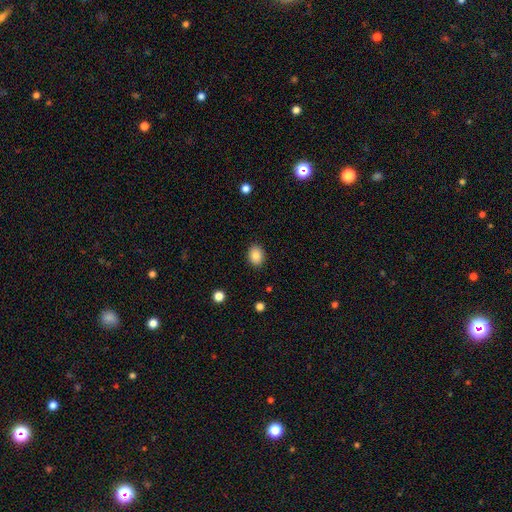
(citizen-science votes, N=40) Q: Smooth or featured?
A: smooth (88%); runner-up: star or artifact (12%)
Q: How rounded?
A: round (66%); runner-up: in between (34%)
Q: Merging?
A: none (83%); runner-up: minor disturbance (11%)